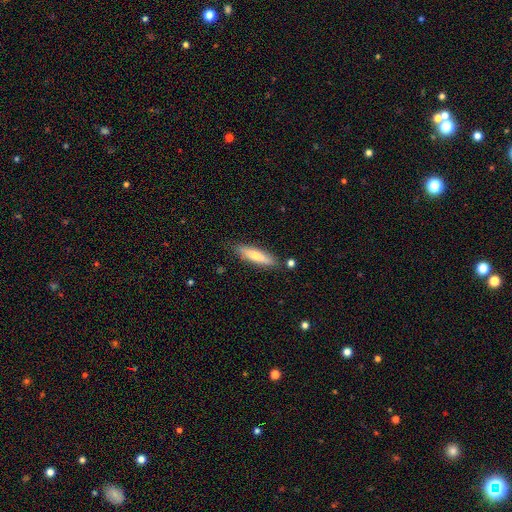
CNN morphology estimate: Smooth or featured? Predicted: smooth (p=0.63). How rounded? Predicted: cigar-shaped (p=0.77). Merging? Predicted: none (p=0.84).